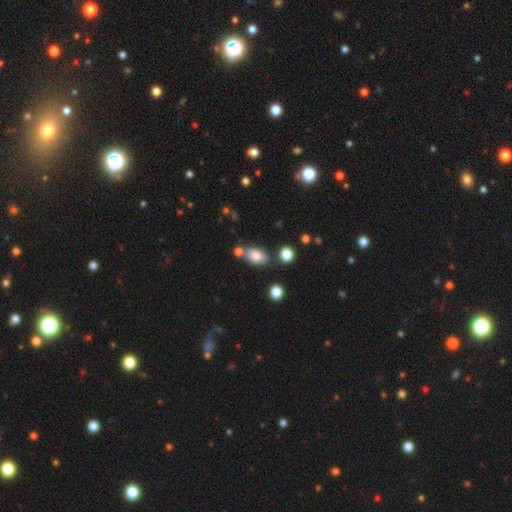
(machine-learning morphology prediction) Smooth or featured? Predicted: smooth (p=0.79). How rounded? Predicted: in between (p=0.87). Merging? Predicted: none (p=0.67).